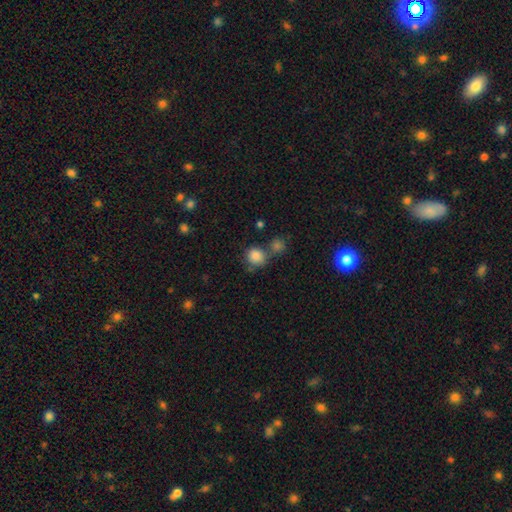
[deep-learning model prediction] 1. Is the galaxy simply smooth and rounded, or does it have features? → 84% smooth, 10% star or artifact, 6% featured or disk.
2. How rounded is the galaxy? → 83% round, 16% in between, 1% cigar-shaped.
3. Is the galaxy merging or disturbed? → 56% none, 27% merger, 12% minor disturbance, 5% major disturbance.